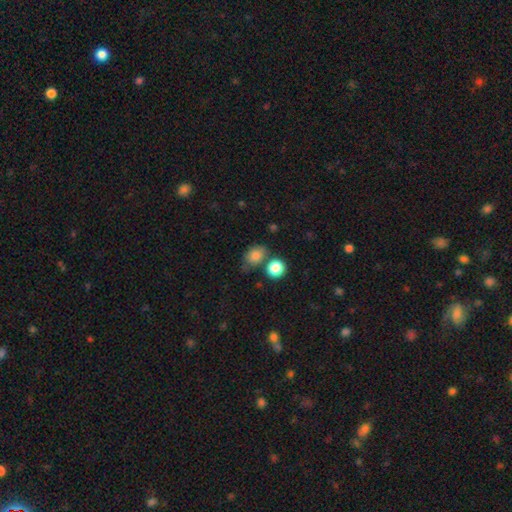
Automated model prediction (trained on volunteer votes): Smooth or featured?
  - smooth: 82% *
  - star or artifact: 11%
  - featured or disk: 7%
How rounded?
  - in between: 55% *
  - round: 43%
  - cigar-shaped: 1%
Merging?
  - none: 56% *
  - minor disturbance: 23%
  - merger: 14%
  - major disturbance: 7%